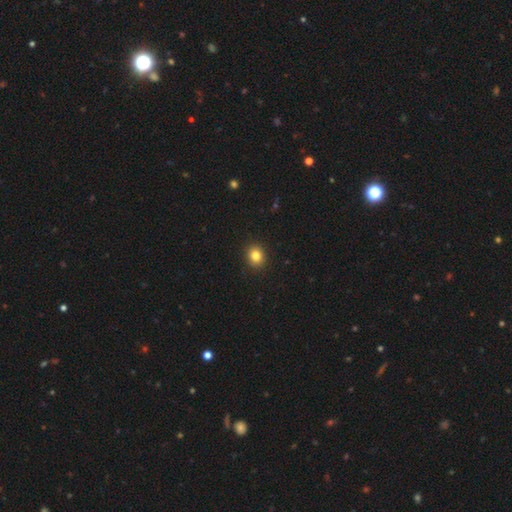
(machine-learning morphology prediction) Smooth or featured: smooth — 83% (star or artifact — 11%)
How rounded: round — 70% (in between — 29%)
Merging: none — 92% (minor disturbance — 6%)